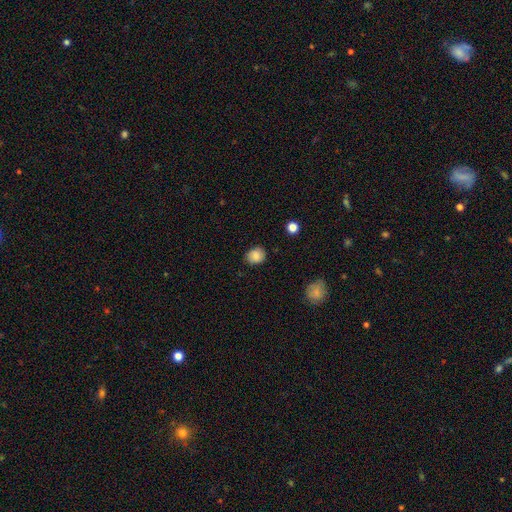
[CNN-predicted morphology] smooth_or_featured: smooth (p=0.84) [alt: star or artifact p=0.09]
how_rounded: round (p=0.65) [alt: in between p=0.34]
merging: none (p=0.81) [alt: minor disturbance p=0.15]